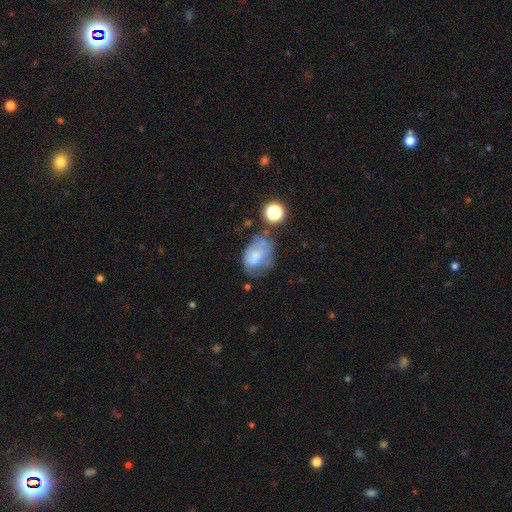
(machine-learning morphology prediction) Q: Smooth or featured?
A: smooth (56%); runner-up: featured or disk (32%)
Q: How rounded?
A: in between (75%); runner-up: round (23%)
Q: Merging?
A: none (34%); runner-up: minor disturbance (30%)